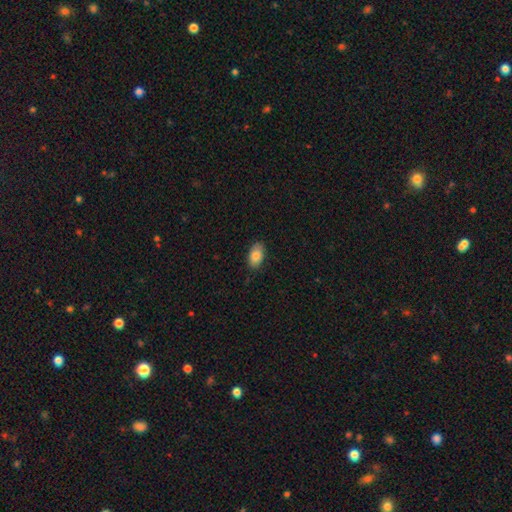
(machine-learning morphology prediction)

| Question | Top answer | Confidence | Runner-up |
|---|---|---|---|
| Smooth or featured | smooth | 85% | featured or disk (8%) |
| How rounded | in between | 93% | round (5%) |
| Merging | none | 85% | minor disturbance (12%) |